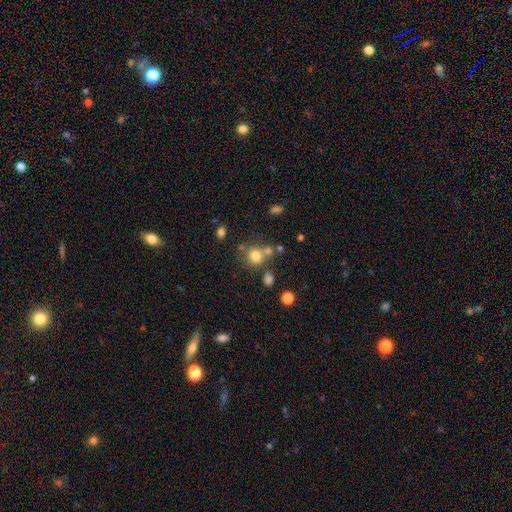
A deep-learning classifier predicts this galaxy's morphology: The model was most divided on "merging": none: 59%, merger: 24%, minor disturbance: 11%, major disturbance: 6%. More confident: how rounded — round (84%); smooth or featured — smooth (76%).